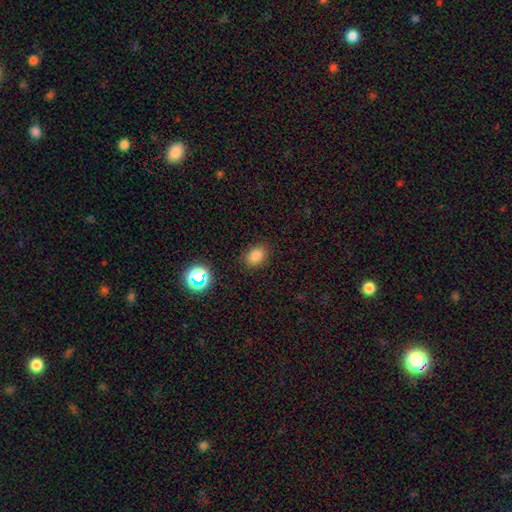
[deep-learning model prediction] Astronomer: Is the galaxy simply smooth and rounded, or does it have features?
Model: smooth — 81%.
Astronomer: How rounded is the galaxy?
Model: in between — 67%.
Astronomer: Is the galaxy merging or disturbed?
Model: none — 84%.